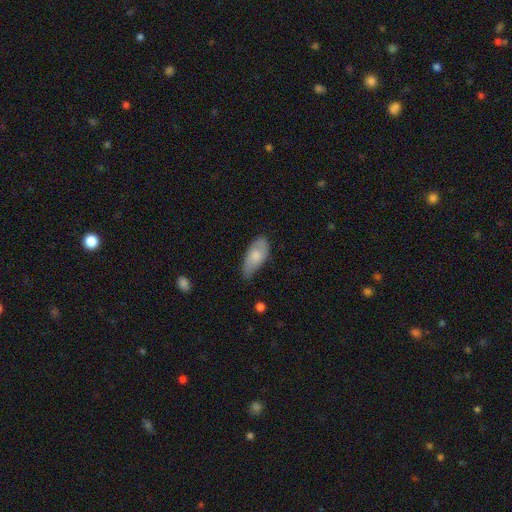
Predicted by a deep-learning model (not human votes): A smooth galaxy with no disk features (68%) that is in between round and cigar-shaped (88%). Merging: none (51%).